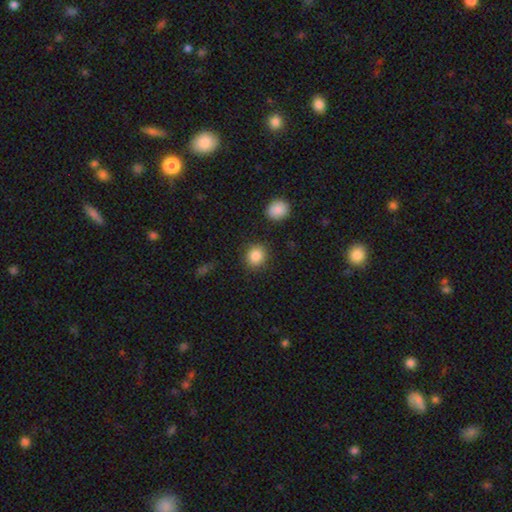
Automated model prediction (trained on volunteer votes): Morphology: type=smooth (87%); roundness=round (83%); merging=none (87%).